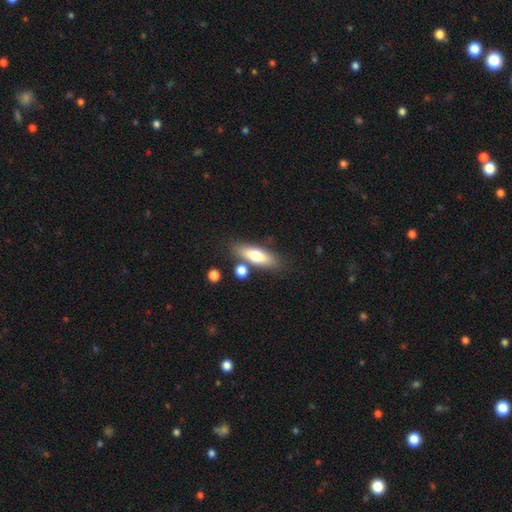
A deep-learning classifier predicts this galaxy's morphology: Smooth or featured: smooth — 69% (featured or disk — 24%)
How rounded: in between — 56% (cigar-shaped — 41%)
Merging: none — 74% (minor disturbance — 12%)